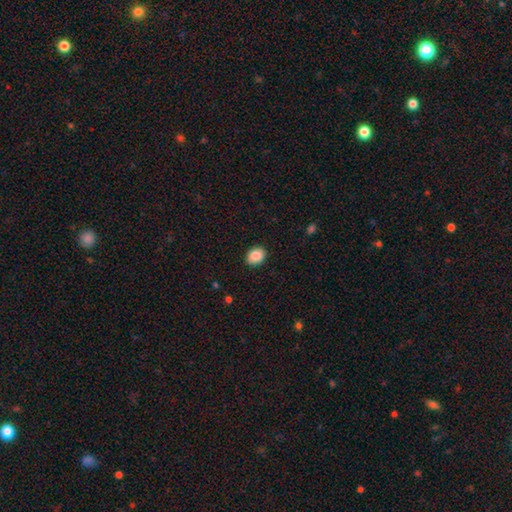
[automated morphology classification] The model was most divided on "how rounded": in between: 58%, round: 41%, cigar-shaped: 1%. More confident: merging — none (89%); smooth or featured — smooth (88%).